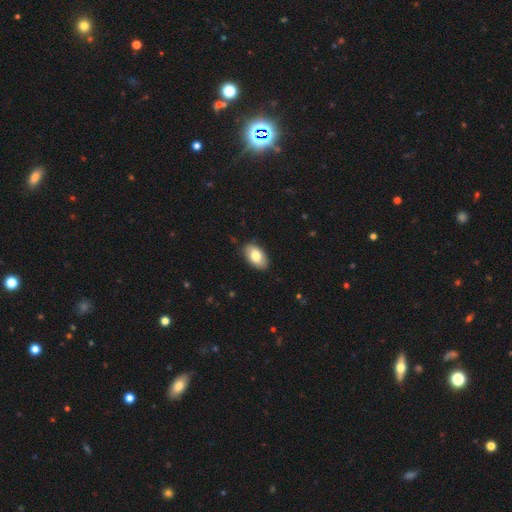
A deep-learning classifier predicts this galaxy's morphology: A smooth galaxy with no disk features (80%) that is in between round and cigar-shaped (94%). Merging: none (87%).